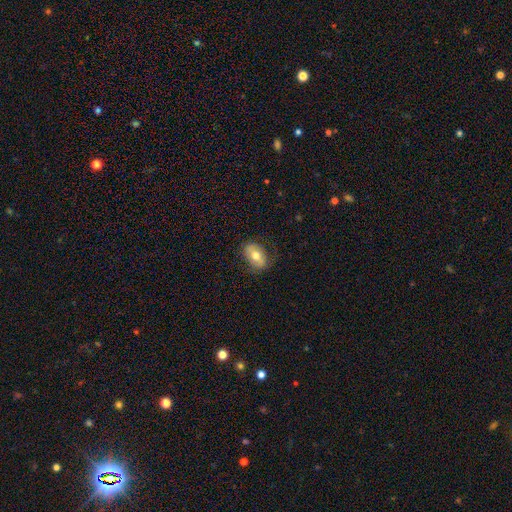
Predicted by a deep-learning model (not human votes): Morphology: type=smooth (56%); roundness=in between (83%); merging=none (73%).